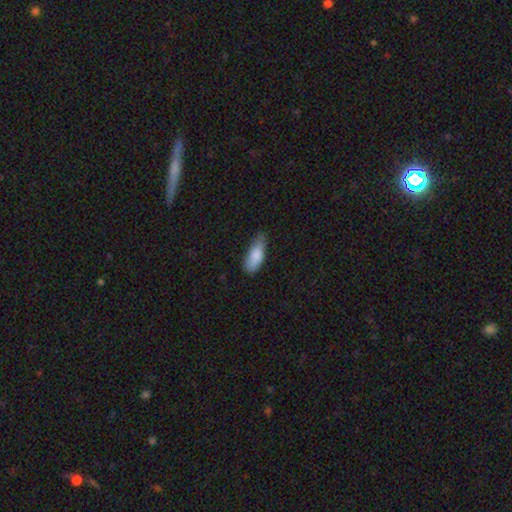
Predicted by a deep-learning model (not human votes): Smooth or featured: smooth — 83% (featured or disk — 10%)
How rounded: in between — 70% (cigar-shaped — 28%)
Merging: none — 58% (minor disturbance — 34%)